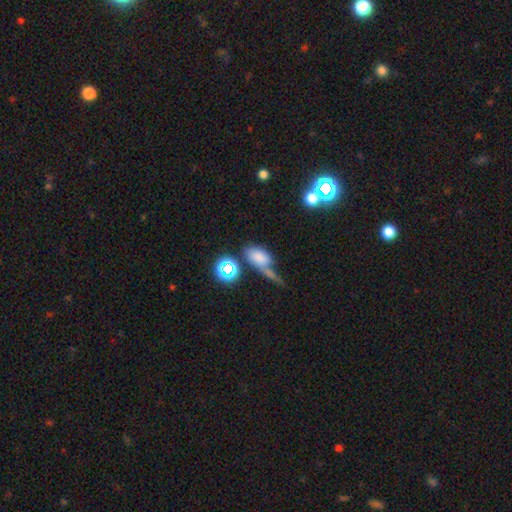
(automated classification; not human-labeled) smooth_or_featured: smooth (p=0.66) [alt: star or artifact p=0.17]
how_rounded: in between (p=0.79) [alt: round p=0.14]
merging: none (p=0.32) [alt: merger p=0.29]